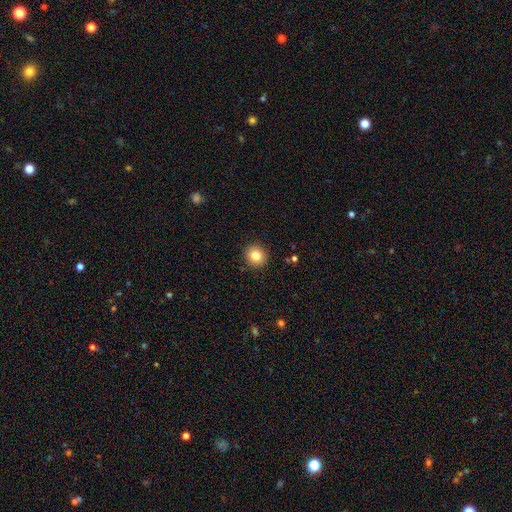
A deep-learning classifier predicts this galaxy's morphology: Smooth or featured? smooth (83%)
How rounded? round (92%)
Merging? none (91%)